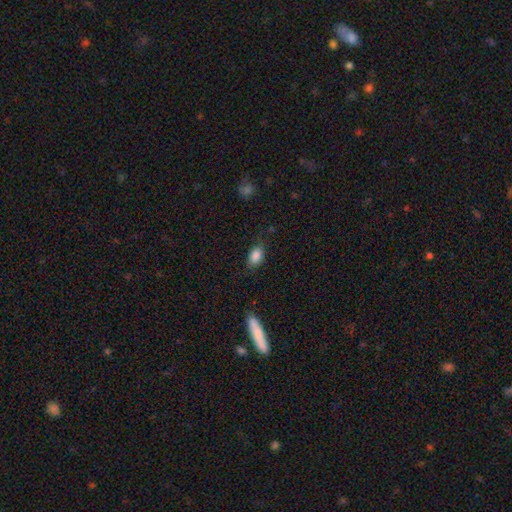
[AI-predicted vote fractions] smooth_or_featured: smooth (p=0.86) [alt: star or artifact p=0.08]
how_rounded: in between (p=0.87) [alt: round p=0.11]
merging: none (p=0.76) [alt: minor disturbance p=0.18]